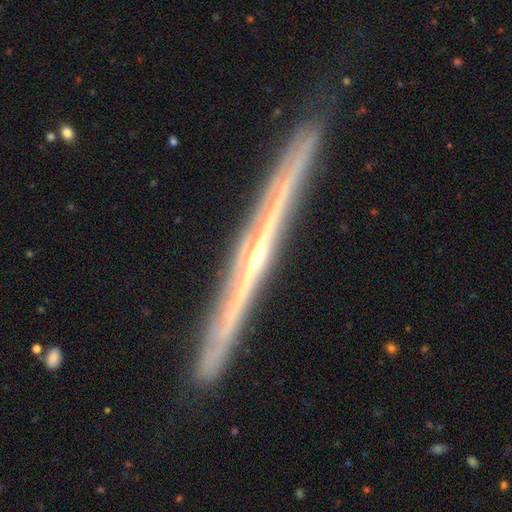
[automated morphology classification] Q: Smooth or featured?
A: featured or disk (85%); runner-up: smooth (10%)
Q: Edge-on disk?
A: yes (98%); runner-up: no (2%)
Q: Edge-on bulge?
A: rounded (58%); runner-up: none (38%)
Q: Merging?
A: none (89%); runner-up: minor disturbance (9%)